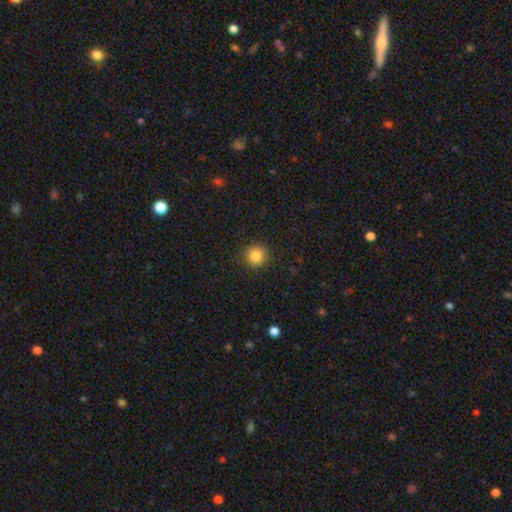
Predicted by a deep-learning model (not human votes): The model was most divided on "smooth or featured": smooth: 85%, star or artifact: 10%, featured or disk: 4%. More confident: how rounded — round (94%); merging — none (91%).